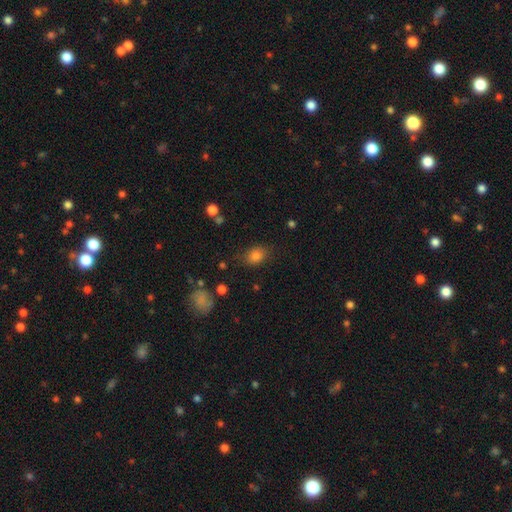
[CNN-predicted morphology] Smooth or featured? smooth (81%)
How rounded? in between (67%)
Merging? none (77%)